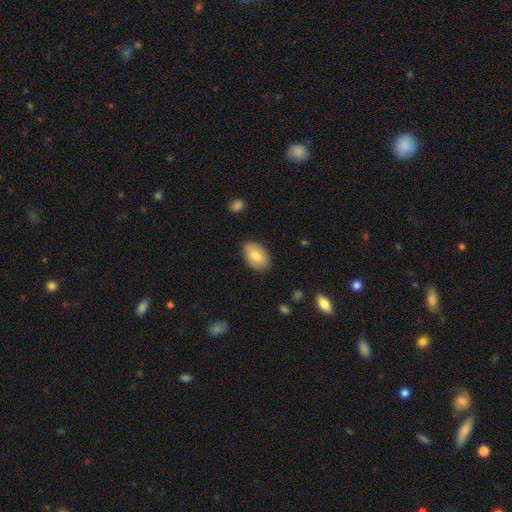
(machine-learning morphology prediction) This is likely a smooth galaxy (75%). How rounded: clearly in between (89%). Merging: clearly none (83%).